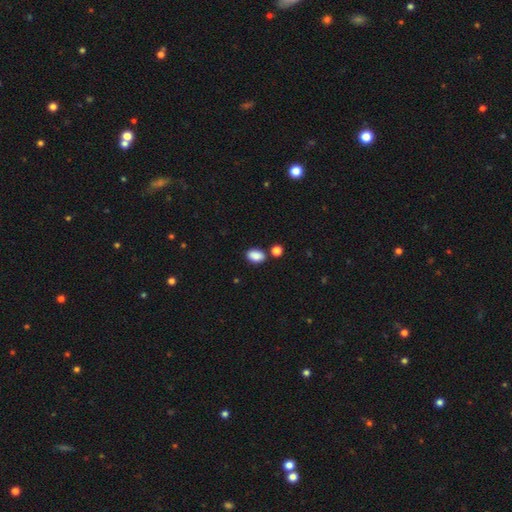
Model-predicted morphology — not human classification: This is clearly a smooth galaxy (87%). How rounded: clearly in between (87%). Merging: likely none (75%).